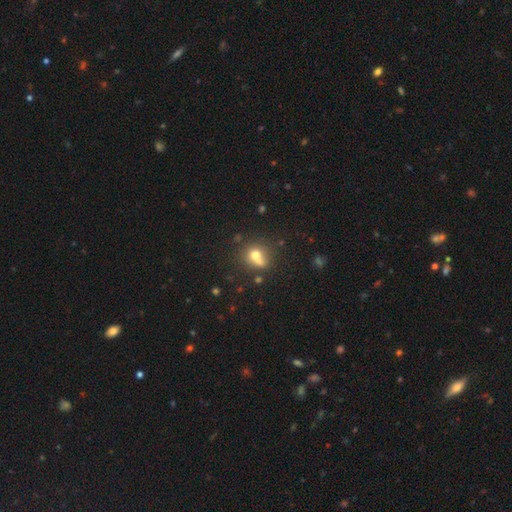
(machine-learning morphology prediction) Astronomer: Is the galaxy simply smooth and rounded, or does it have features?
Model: smooth — 68%.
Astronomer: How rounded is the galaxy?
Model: round — 73%.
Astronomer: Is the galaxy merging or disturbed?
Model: none — 39%, tied with merger at 39%.